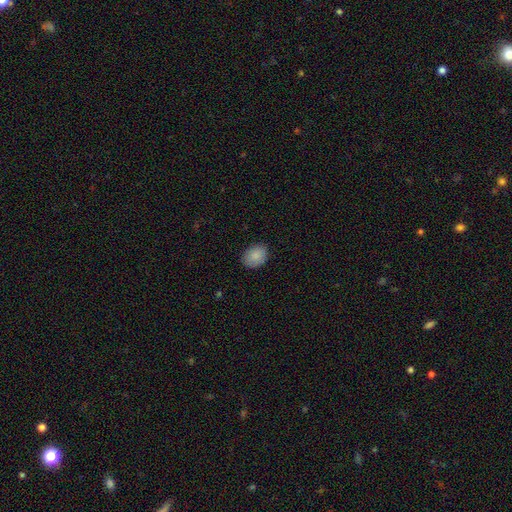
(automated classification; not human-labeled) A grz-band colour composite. It shows a smooth galaxy with no disk features (87%) that is in between round and cigar-shaped (70%). Merging: none (86%).